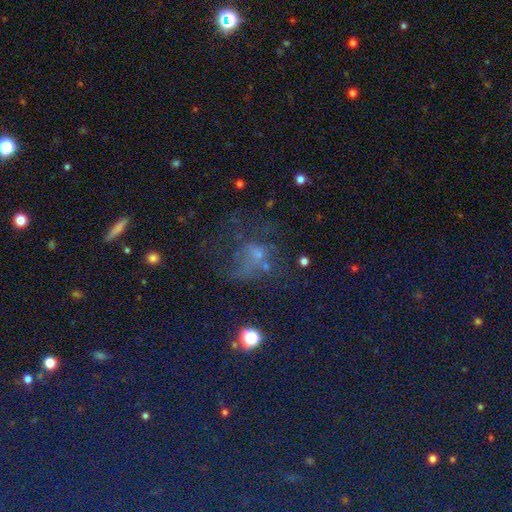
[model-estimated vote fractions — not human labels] This is marginally a featured or disk galaxy (35%). Merging: marginally major disturbance (40%).